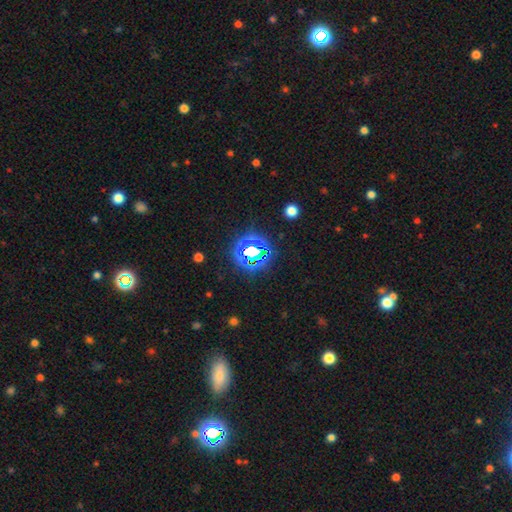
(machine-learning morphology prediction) Overall: star or artifact (77%).